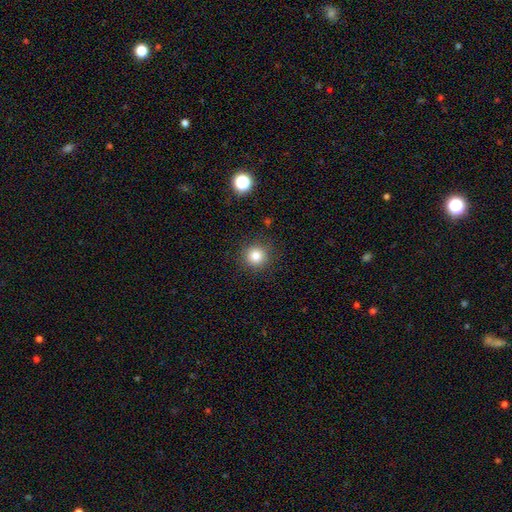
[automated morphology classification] smooth_or_featured: smooth (p=0.82) [alt: star or artifact p=0.12]
how_rounded: round (p=0.94) [alt: in between p=0.05]
merging: none (p=0.89) [alt: minor disturbance p=0.07]